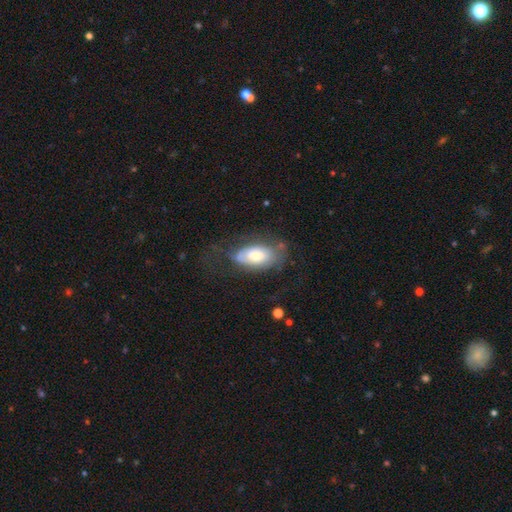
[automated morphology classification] Smooth or featured? Predicted: smooth (p=0.50). How rounded? Predicted: in between (p=0.92). Merging? Predicted: none (p=0.54).